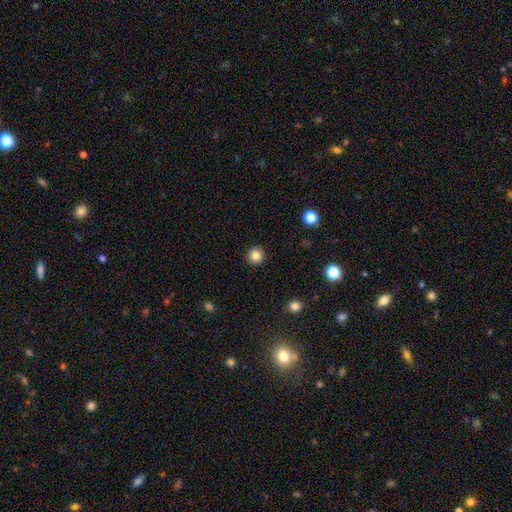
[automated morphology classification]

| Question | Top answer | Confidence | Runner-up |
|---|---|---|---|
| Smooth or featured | smooth | 84% | star or artifact (11%) |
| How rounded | round | 95% | in between (4%) |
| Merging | none | 93% | minor disturbance (4%) |